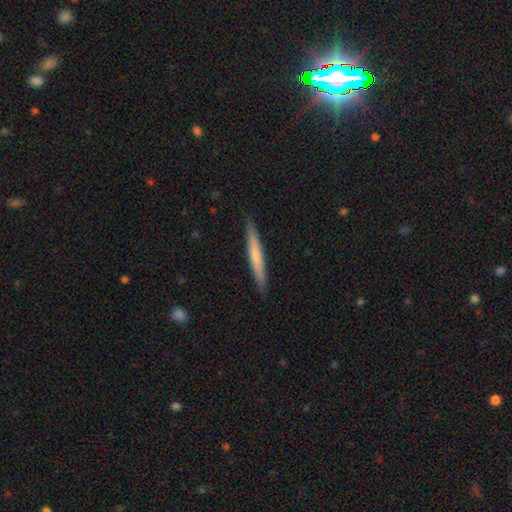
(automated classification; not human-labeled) The model was most divided on "smooth or featured": smooth: 64%, featured or disk: 31%, star or artifact: 5%. More confident: how rounded — cigar-shaped (96%); merging — none (91%).